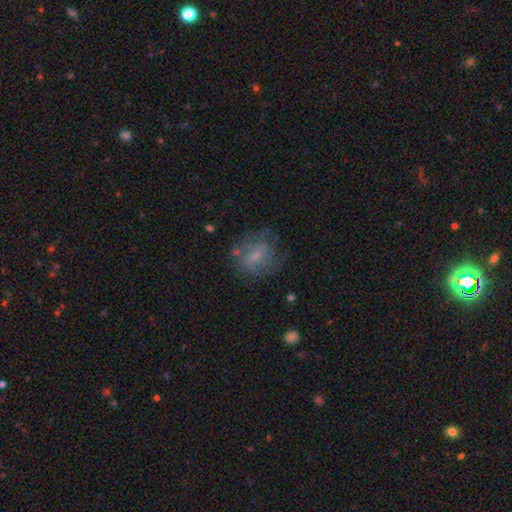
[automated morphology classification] type=featured or disk (50%); edge-on=no (96%); merging=none (58%).